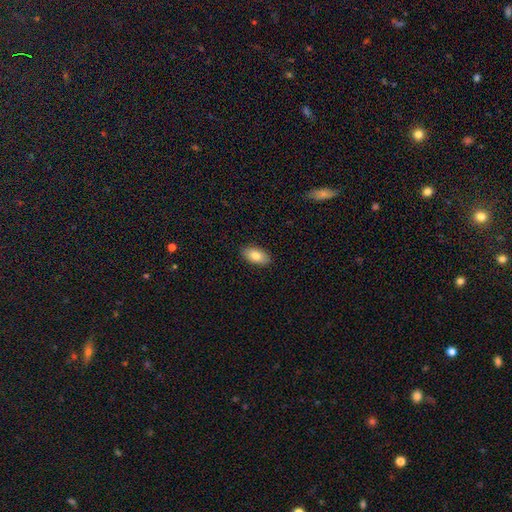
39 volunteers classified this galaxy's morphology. smooth-or-featured: smooth: 85% | featured or disk: 8% | star or artifact: 8%
  how-rounded: in between: 97% | cigar-shaped: 3% | round: 0%
  merging: none: 81% | minor disturbance: 17% | major disturbance: 3% | merger: 0%